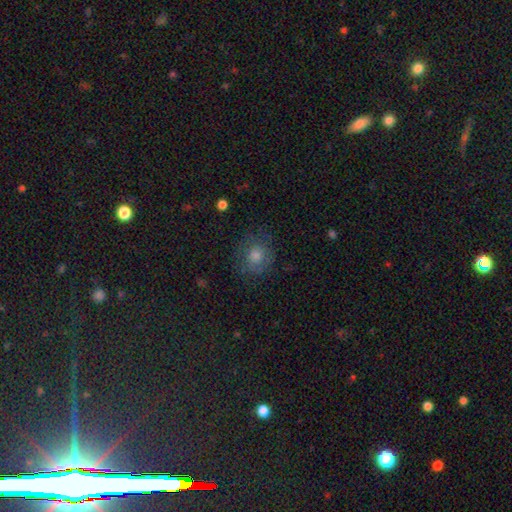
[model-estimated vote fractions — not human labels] smooth-or-featured: smooth: 60% | featured or disk: 21% | star or artifact: 19%
  how-rounded: round: 82% | in between: 17% | cigar-shaped: 1%
  merging: none: 77% | minor disturbance: 15% | major disturbance: 7% | merger: 1%